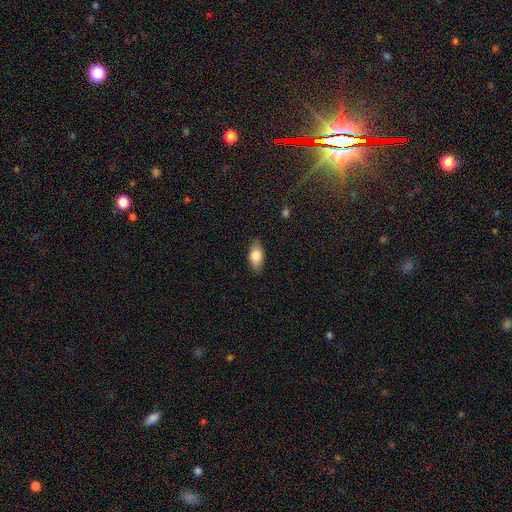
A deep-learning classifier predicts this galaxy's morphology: A smooth galaxy with no disk features (81%) that is in between round and cigar-shaped (91%).

Vote fractions:
- Smooth or featured? smooth: 81% / featured or disk: 12% / star or artifact: 7%
- How rounded? in between: 91% / cigar-shaped: 5% / round: 4%
- Merging? none: 87% / minor disturbance: 10% / major disturbance: 2% / merger: 1%